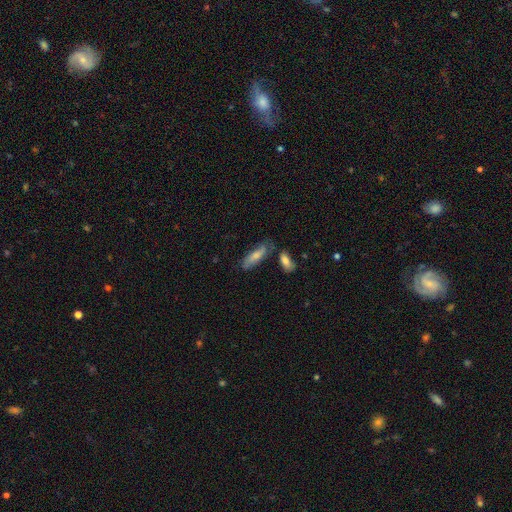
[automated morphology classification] This appears to be a smooth galaxy with no disk features (69%) that is cigar-shaped (52%). Merging: none (65%).